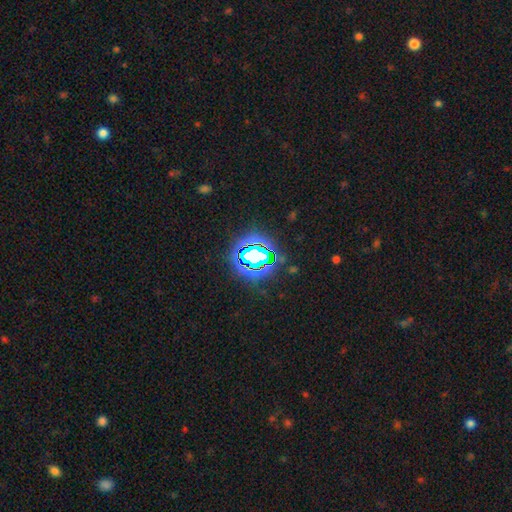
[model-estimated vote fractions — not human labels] This appears to be a star or artifact, not a galaxy (69%).